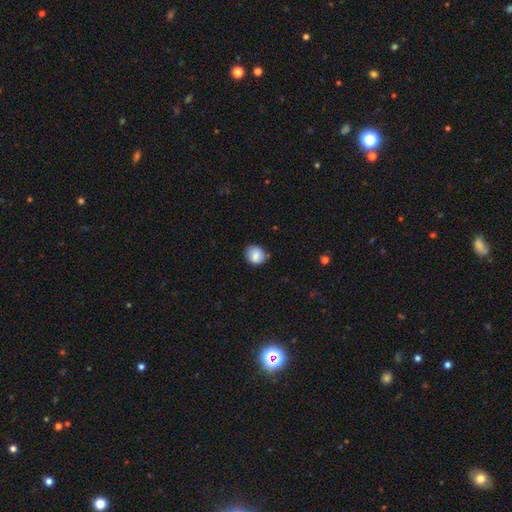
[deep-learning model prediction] Smooth or featured? Predicted: smooth (p=0.79). How rounded? Predicted: round (p=0.70). Merging? Predicted: none (p=0.76).